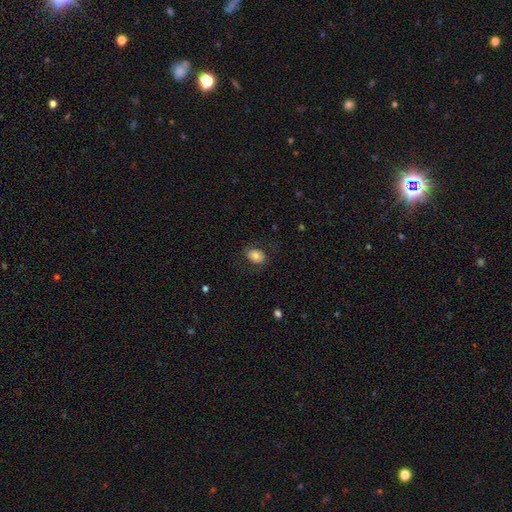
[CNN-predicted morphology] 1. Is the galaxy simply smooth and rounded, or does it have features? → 76% smooth, 16% featured or disk, 8% star or artifact.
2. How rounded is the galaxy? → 72% in between, 27% round, 1% cigar-shaped.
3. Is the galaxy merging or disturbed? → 77% none, 14% minor disturbance, 8% major disturbance, 1% merger.